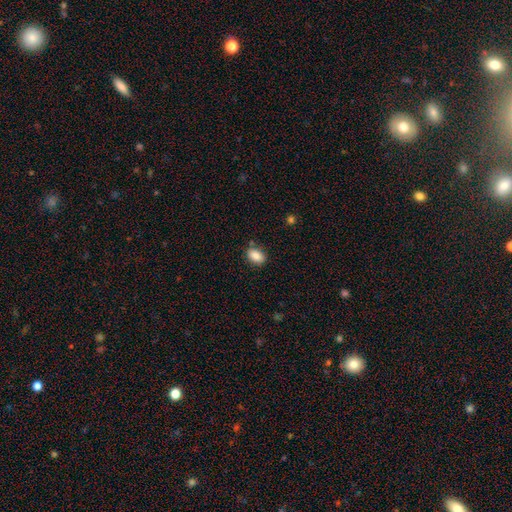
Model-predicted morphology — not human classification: Smooth or featured?
  - smooth: 87% *
  - star or artifact: 8%
  - featured or disk: 5%
How rounded?
  - in between: 84% *
  - round: 15%
  - cigar-shaped: 2%
Merging?
  - none: 79% *
  - minor disturbance: 14%
  - merger: 4%
  - major disturbance: 3%